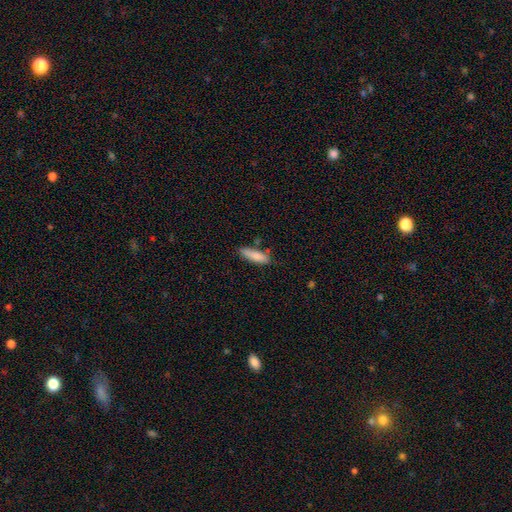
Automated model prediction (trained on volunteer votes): Smooth or featured?
  - smooth: 83% *
  - featured or disk: 11%
  - star or artifact: 6%
How rounded?
  - cigar-shaped: 57% *
  - in between: 42%
  - round: 2%
Merging?
  - none: 72% *
  - minor disturbance: 18%
  - merger: 6%
  - major disturbance: 4%